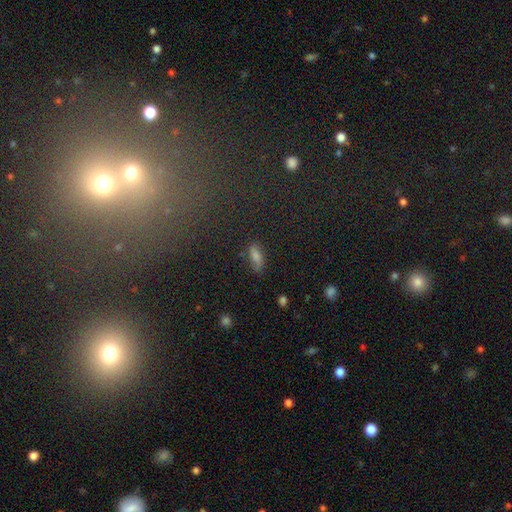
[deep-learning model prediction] Overall: smooth (72%). How rounded: in between (67%; cigar-shaped 28%). Merging: none (74%).